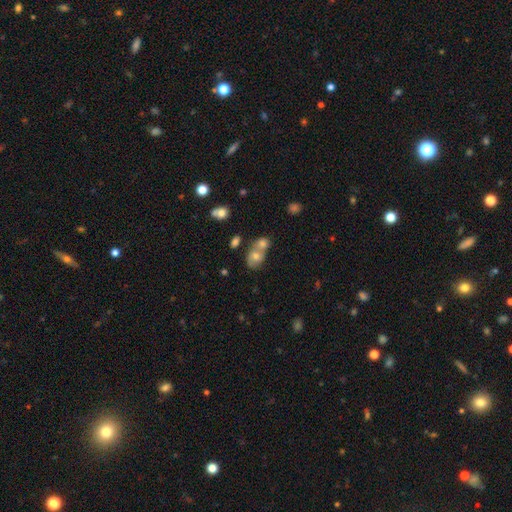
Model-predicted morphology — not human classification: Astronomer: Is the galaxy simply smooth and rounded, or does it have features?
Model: smooth — 57%.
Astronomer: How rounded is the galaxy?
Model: in between — 53% (runner-up: round, 45%).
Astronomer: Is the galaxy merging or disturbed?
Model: merger — 52% (runner-up: none, 33%).